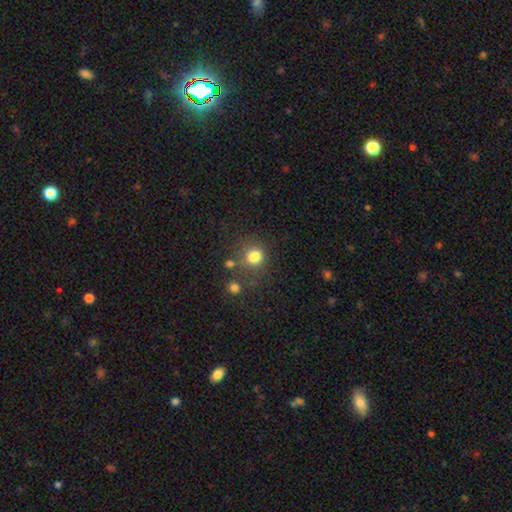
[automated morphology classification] Smooth or featured?
  - smooth: 77% *
  - star or artifact: 15%
  - featured or disk: 8%
How rounded?
  - round: 67% *
  - in between: 32%
  - cigar-shaped: 1%
Merging?
  - none: 60% *
  - minor disturbance: 16%
  - merger: 16%
  - major disturbance: 8%